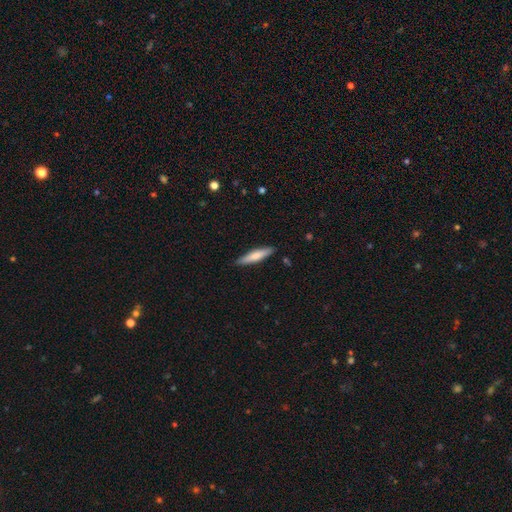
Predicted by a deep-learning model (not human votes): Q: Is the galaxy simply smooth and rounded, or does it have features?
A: smooth — 71%.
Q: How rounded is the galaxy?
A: cigar-shaped — 85%.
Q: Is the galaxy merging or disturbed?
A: none — 88%.